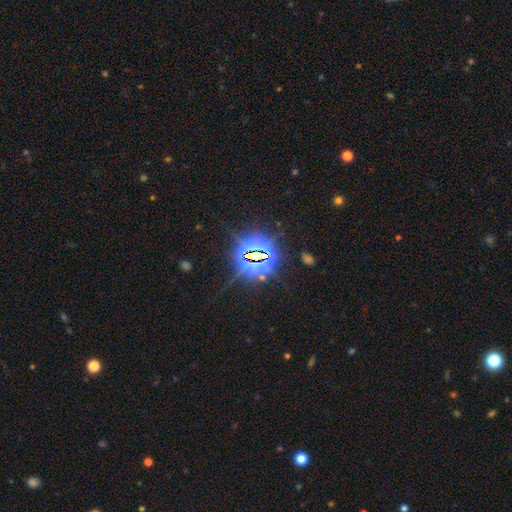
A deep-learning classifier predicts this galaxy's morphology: A star or artifact, not a galaxy (84%).